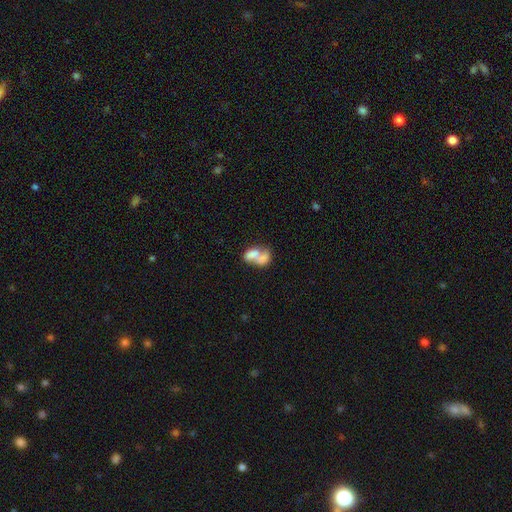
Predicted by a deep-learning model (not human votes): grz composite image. It shows a smooth galaxy with no disk features (56%) that is in between round and cigar-shaped (82%). Merging: merger (64%).